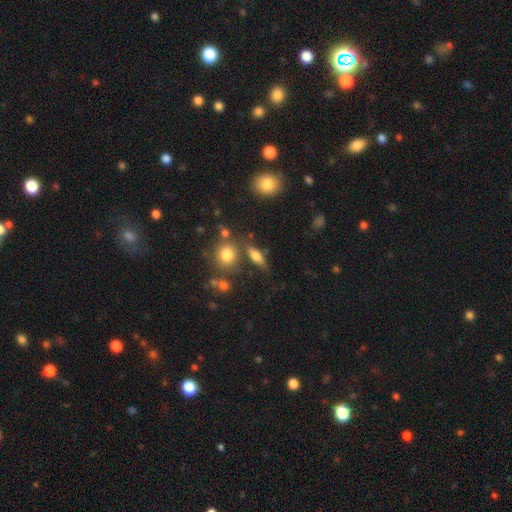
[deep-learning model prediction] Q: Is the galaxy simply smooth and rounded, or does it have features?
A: smooth — 71%.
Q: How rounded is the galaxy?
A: in between — 60%.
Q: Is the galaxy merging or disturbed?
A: none — 68%.